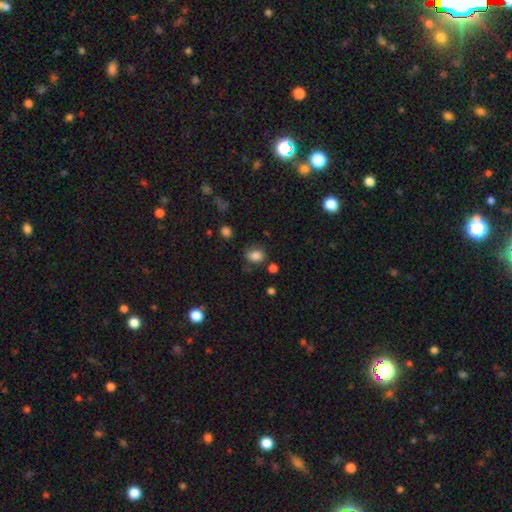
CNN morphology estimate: Smooth or featured?
  - smooth: 83% *
  - star or artifact: 11%
  - featured or disk: 6%
How rounded?
  - in between: 56% *
  - round: 43%
  - cigar-shaped: 1%
Merging?
  - none: 71% *
  - minor disturbance: 19%
  - major disturbance: 5%
  - merger: 5%